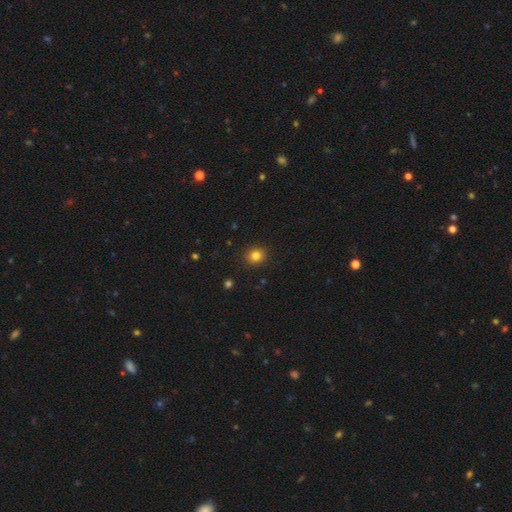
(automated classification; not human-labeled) The model was most divided on "how rounded": round: 75%, in between: 24%, cigar-shaped: 1%. More confident: merging — none (91%); smooth or featured — smooth (82%).